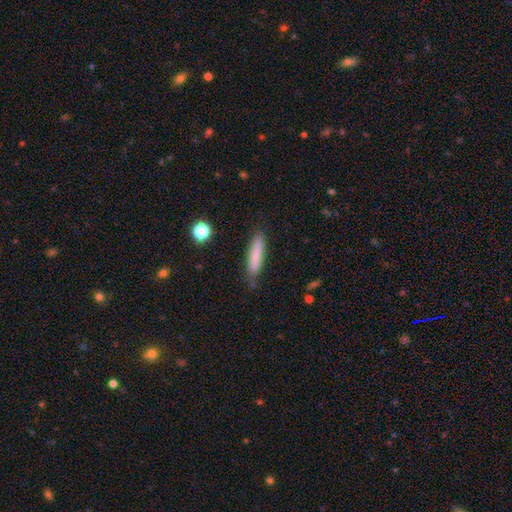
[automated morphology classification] type=smooth (78%); roundness=cigar-shaped (86%); merging=none (80%).